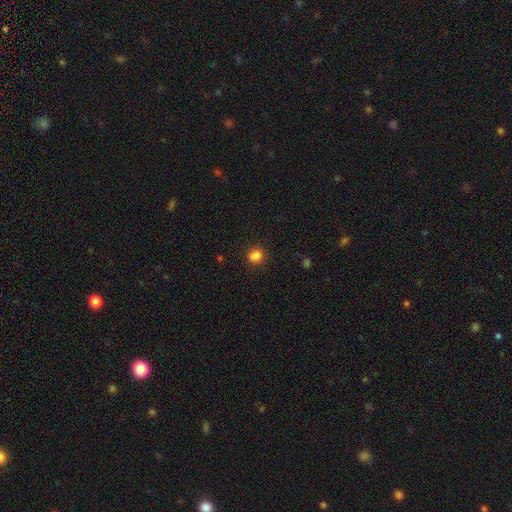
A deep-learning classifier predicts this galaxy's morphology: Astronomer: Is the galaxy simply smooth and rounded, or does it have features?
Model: smooth — 84%.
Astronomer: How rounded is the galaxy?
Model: round — 81%.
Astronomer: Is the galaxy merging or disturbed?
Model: none — 83%.